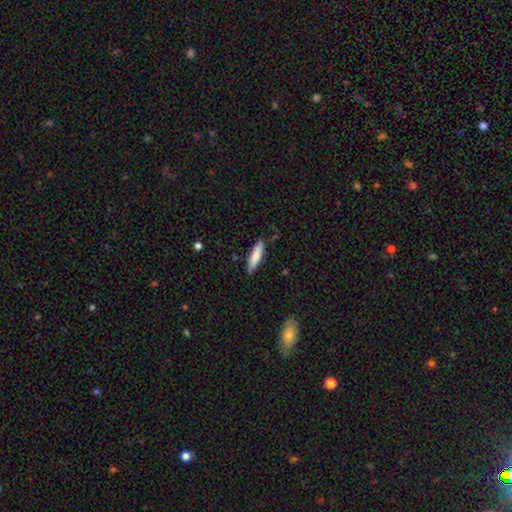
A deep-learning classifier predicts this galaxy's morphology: A smooth galaxy with no disk features (81%) that is cigar-shaped (77%).

Vote fractions:
- Smooth or featured? smooth: 81% / featured or disk: 14% / star or artifact: 5%
- How rounded? cigar-shaped: 77% / in between: 21% / round: 1%
- Merging? none: 87% / minor disturbance: 10% / major disturbance: 2% / merger: 1%